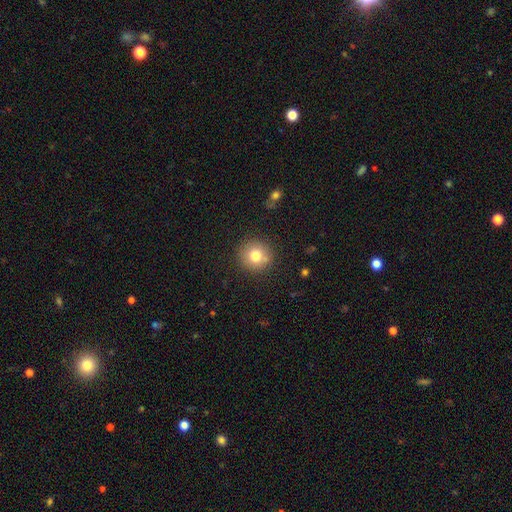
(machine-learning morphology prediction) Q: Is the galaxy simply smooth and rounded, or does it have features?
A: smooth — 77%.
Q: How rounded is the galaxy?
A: round — 93%.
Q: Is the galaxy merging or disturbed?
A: none — 87%.